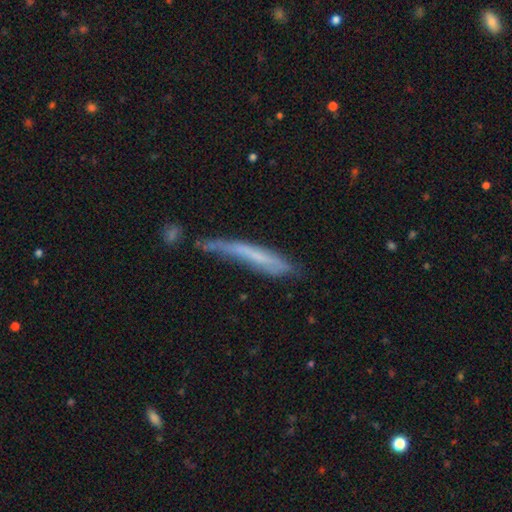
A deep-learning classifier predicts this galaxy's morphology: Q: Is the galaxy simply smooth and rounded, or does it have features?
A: smooth — 51%.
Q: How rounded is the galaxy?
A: cigar-shaped — 92%.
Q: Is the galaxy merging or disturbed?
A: none — 37%.